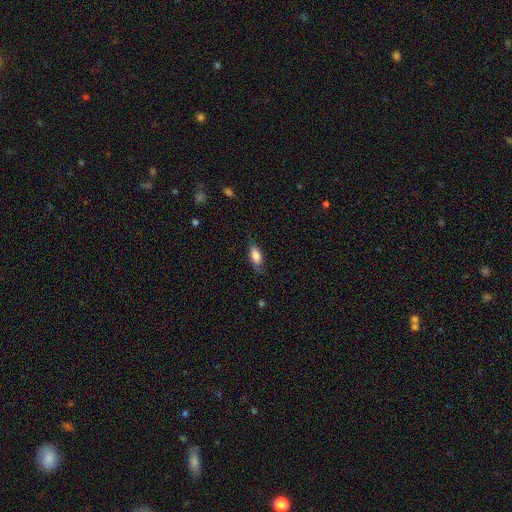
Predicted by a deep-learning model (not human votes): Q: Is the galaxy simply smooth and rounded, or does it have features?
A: smooth — 78%.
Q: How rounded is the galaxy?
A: in between — 78%.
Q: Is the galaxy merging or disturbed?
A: none — 75%.